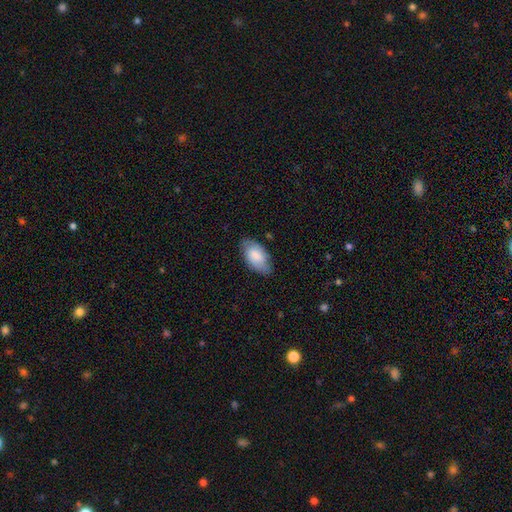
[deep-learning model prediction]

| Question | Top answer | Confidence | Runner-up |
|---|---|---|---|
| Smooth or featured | smooth | 76% | featured or disk (18%) |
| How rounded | in between | 94% | cigar-shaped (3%) |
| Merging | none | 75% | minor disturbance (20%) |